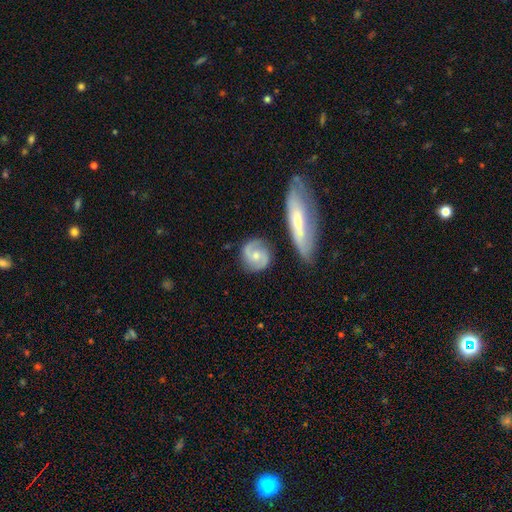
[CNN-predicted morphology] Smooth or featured: featured or disk — 76% (smooth — 19%)
Edge-on disk: no — 96% (yes — 4%)
Bar: no — 62% (weak — 31%)
Spiral arms: yes — 95% (no — 5%)
Spiral winding: medium — 48% (tight — 33%)
Spiral arm count: 2 — 88% (can't tell — 5%)
Bulge size: small — 51% (moderate — 43%)
Merging: none — 79% (minor disturbance — 13%)